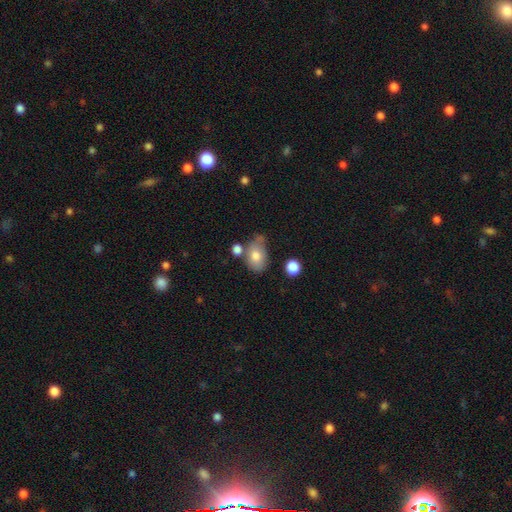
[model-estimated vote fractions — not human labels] A smooth galaxy with no disk features (75%) that is in between round and cigar-shaped (78%).

Vote fractions:
- Smooth or featured? smooth: 75% / featured or disk: 16% / star or artifact: 9%
- How rounded? in between: 78% / round: 20% / cigar-shaped: 1%
- Merging? none: 45% / minor disturbance: 27% / merger: 18% / major disturbance: 10%